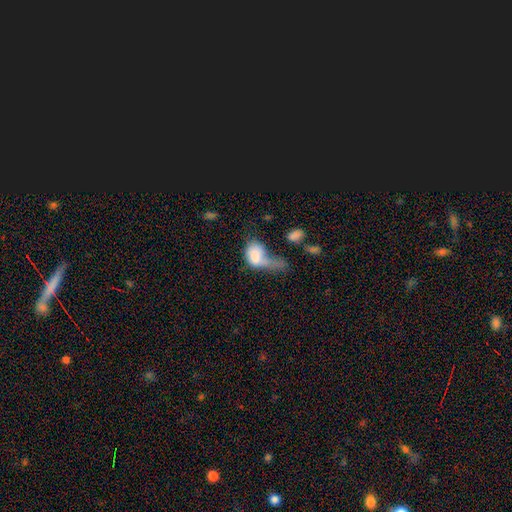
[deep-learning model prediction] Overall: smooth (69%). How rounded: in between (77%). Merging: major disturbance (53%; merger 23%).